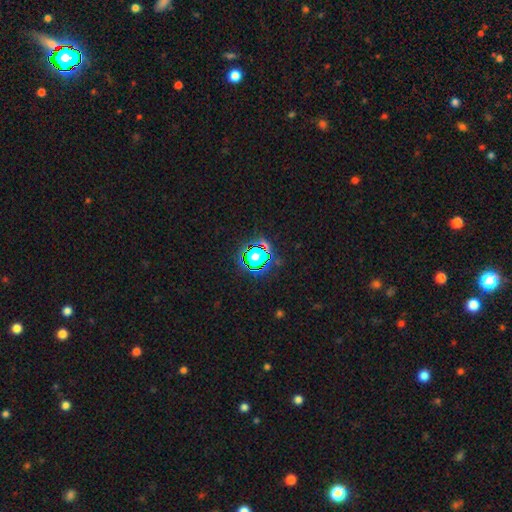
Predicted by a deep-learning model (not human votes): Smooth or featured: star or artifact — 61% (smooth — 27%)